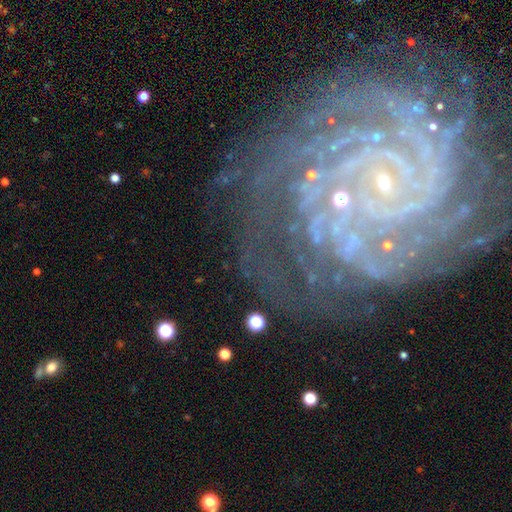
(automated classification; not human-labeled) The model was most divided on "spiral arm count": more than 4: 23%, 4: 18%, can't tell: 17%, 2: 17%, 3: 16%, 1: 9%. More confident: spiral arms — yes (98%); edge-on disk — no (98%); smooth or featured — featured or disk (89%); bulge size — small (85%); spiral winding — tight (83%); merging — none (73%); bar — no (63%).